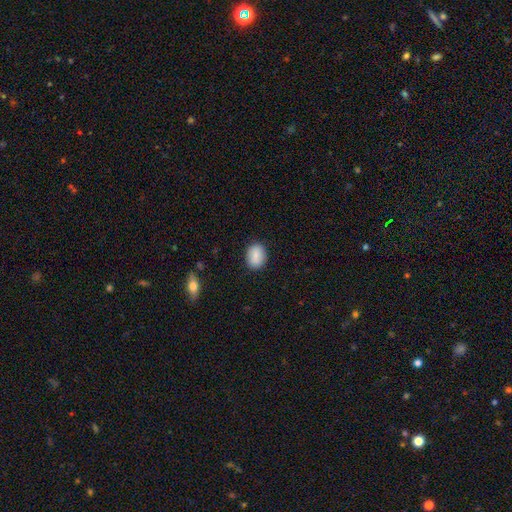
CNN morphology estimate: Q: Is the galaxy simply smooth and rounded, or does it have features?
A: smooth — 86%.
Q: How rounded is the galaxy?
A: in between — 70%.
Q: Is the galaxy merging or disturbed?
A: none — 86%.